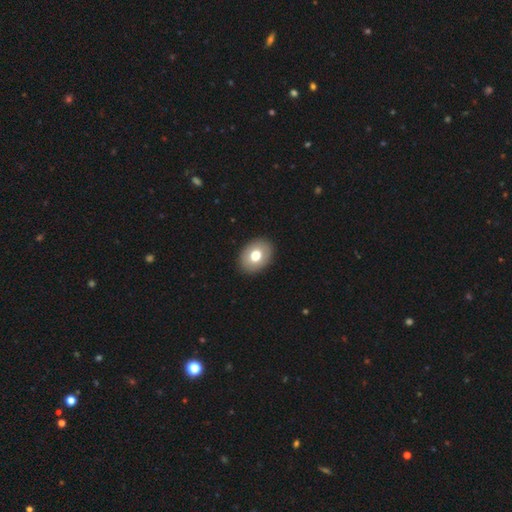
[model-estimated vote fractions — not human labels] A smooth galaxy with no disk features (73%) that is in between round and cigar-shaped (65%). Merging: none (91%).